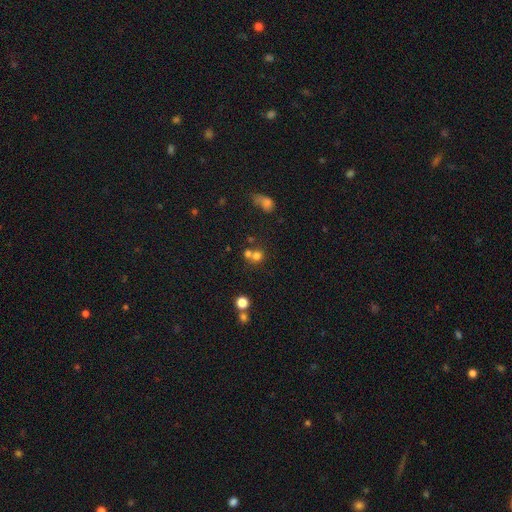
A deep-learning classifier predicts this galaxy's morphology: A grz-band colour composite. It shows a smooth galaxy with no disk features (70%) that is round (85%). Merging: none (45%).